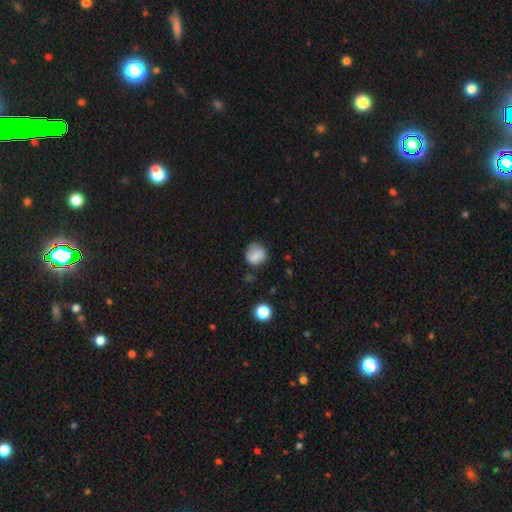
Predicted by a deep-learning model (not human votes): The model was most divided on "merging": none: 65%, minor disturbance: 25%, major disturbance: 8%, merger: 3%. More confident: how rounded — round (81%); smooth or featured — smooth (80%).